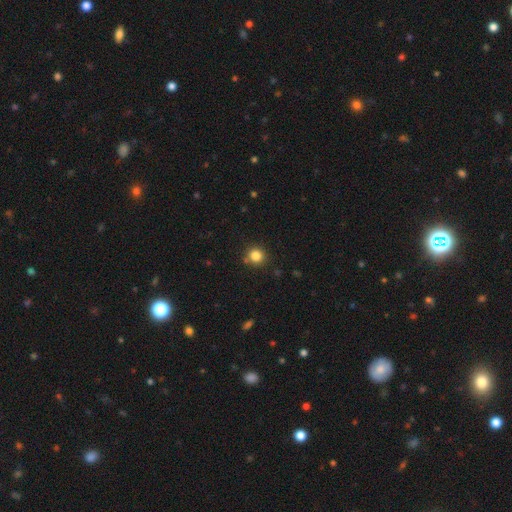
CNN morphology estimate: Smooth or featured?
  - smooth: 83% *
  - star or artifact: 12%
  - featured or disk: 5%
How rounded?
  - round: 91% *
  - in between: 8%
  - cigar-shaped: 1%
Merging?
  - none: 84% *
  - minor disturbance: 9%
  - merger: 5%
  - major disturbance: 3%